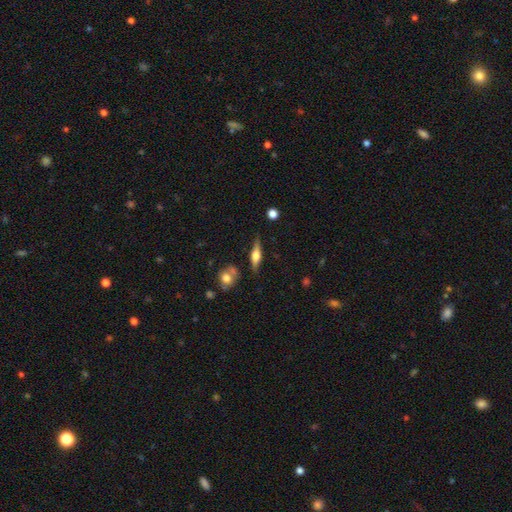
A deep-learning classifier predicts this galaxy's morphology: Smooth or featured?
  - featured or disk: 58% *
  - smooth: 35%
  - star or artifact: 7%
Edge-on disk?
  - yes: 94% *
  - no: 6%
Edge-on bulge?
  - rounded: 88% *
  - boxy: 10%
  - none: 2%
Merging?
  - none: 77% *
  - minor disturbance: 14%
  - merger: 5%
  - major disturbance: 4%